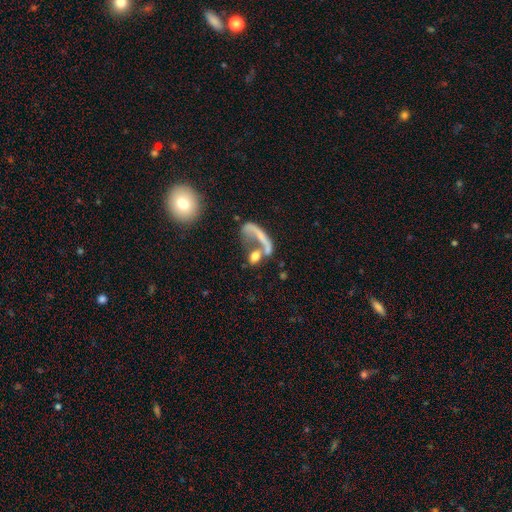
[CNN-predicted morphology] This appears to be a smooth galaxy with no disk features (51%) that is in between round and cigar-shaped (52%). Merging: merger (43%).